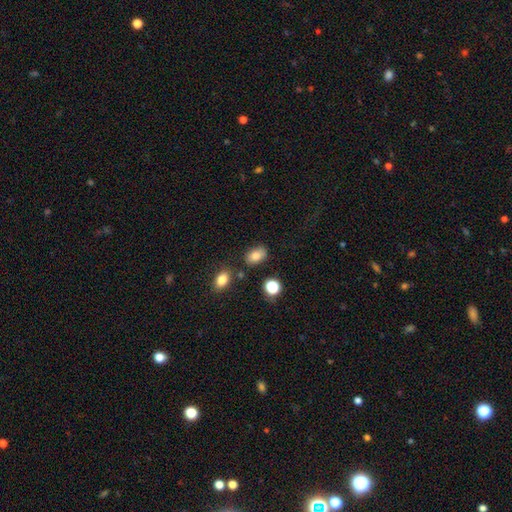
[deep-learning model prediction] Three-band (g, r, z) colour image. It shows a smooth galaxy with no disk features (81%) that is in between round and cigar-shaped (85%). Merging: none (79%).